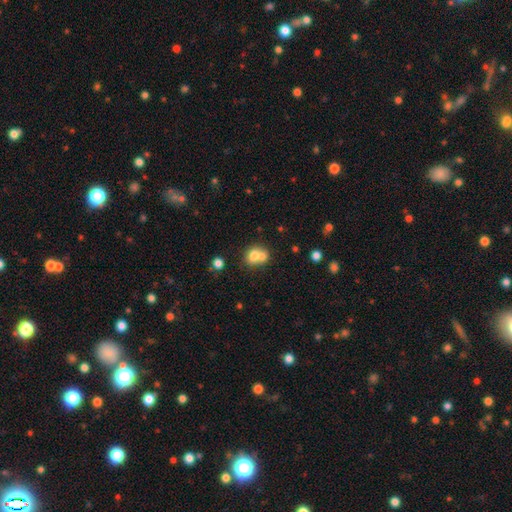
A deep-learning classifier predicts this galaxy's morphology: A smooth galaxy with no disk features (71%) that is round (57%).

Vote fractions:
- Smooth or featured? smooth: 71% / featured or disk: 19% / star or artifact: 10%
- How rounded? round: 57% / in between: 42% / cigar-shaped: 1%
- Merging? merger: 61% / none: 29% / minor disturbance: 7% / major disturbance: 3%